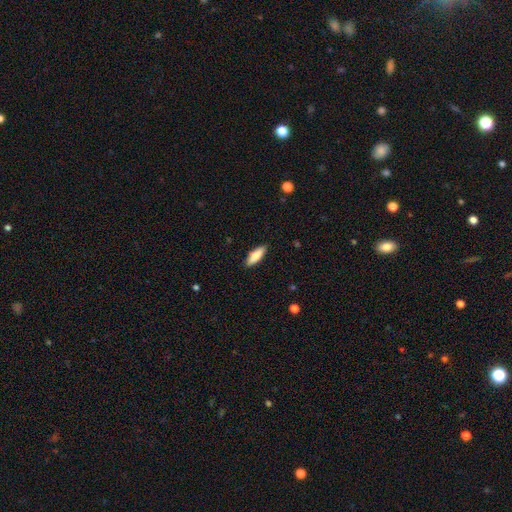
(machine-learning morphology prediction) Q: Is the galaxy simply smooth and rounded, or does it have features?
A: smooth — 77%.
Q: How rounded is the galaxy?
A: in between — 60%.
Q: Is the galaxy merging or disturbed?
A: none — 89%.